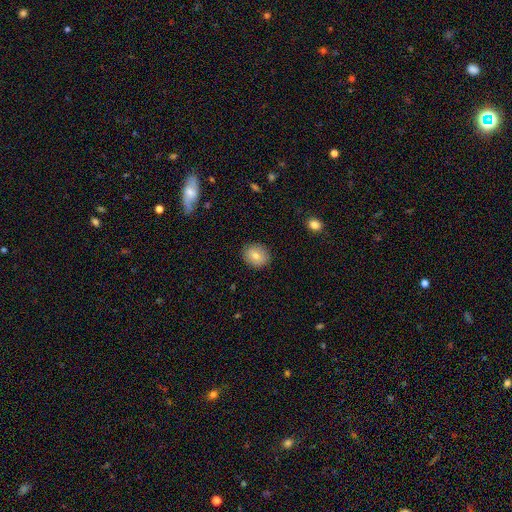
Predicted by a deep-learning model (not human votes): smooth-or-featured: smooth: 76% | featured or disk: 15% | star or artifact: 9%
  how-rounded: round: 64% | in between: 35% | cigar-shaped: 1%
  merging: none: 88% | minor disturbance: 9% | major disturbance: 2% | merger: 1%